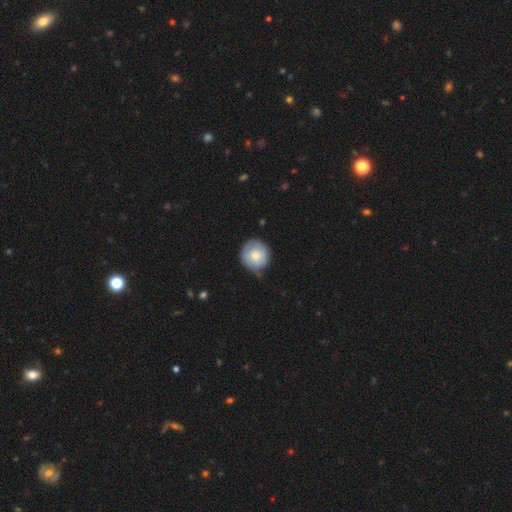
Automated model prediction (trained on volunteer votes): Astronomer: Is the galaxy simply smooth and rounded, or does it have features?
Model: smooth — 78%.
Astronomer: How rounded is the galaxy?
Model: round — 92%.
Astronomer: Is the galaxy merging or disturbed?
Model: none — 69%.